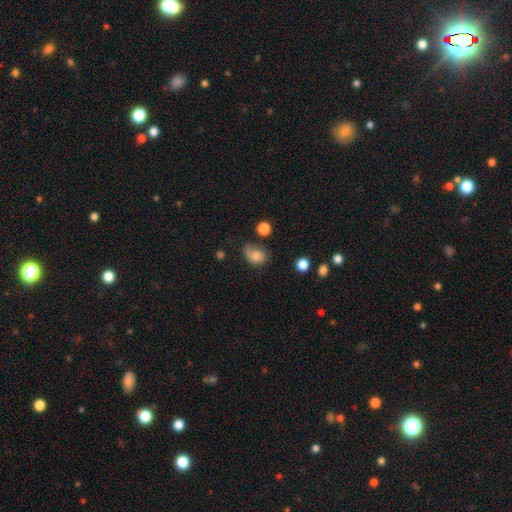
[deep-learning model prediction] Smooth or featured? smooth (75%)
How rounded? in between (55%)
Merging? none (44%)